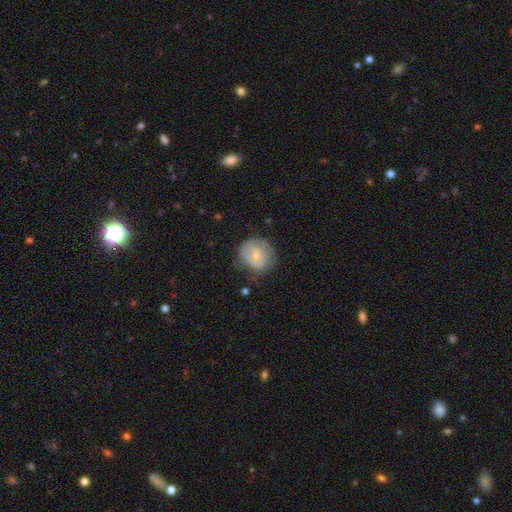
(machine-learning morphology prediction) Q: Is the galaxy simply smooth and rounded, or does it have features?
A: smooth — 58%.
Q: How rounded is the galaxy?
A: round — 80%.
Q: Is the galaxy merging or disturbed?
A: none — 60%.